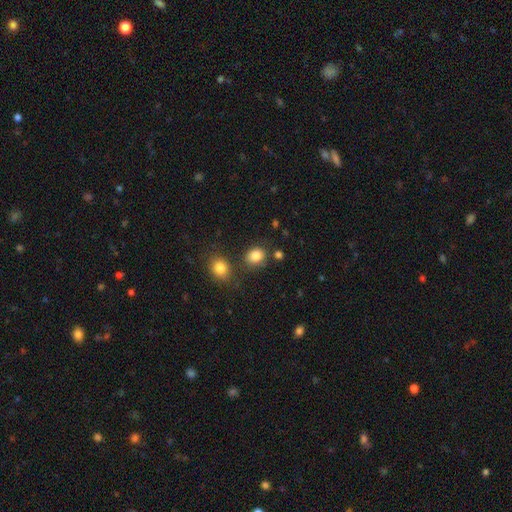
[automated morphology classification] smooth_or_featured: smooth (p=0.84) [alt: star or artifact p=0.11]
how_rounded: round (p=0.52) [alt: in between p=0.47]
merging: none (p=0.74) [alt: minor disturbance p=0.12]